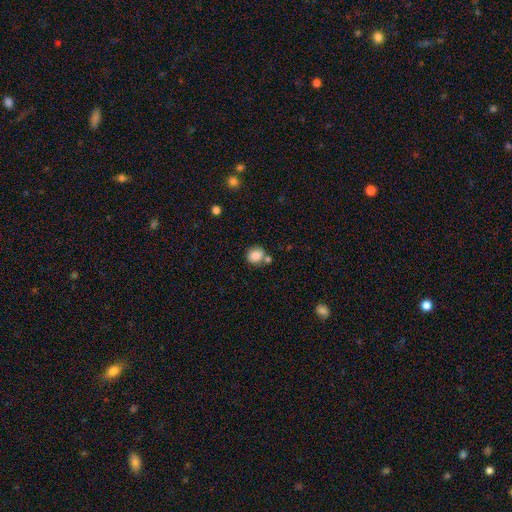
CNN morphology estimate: This is clearly a smooth galaxy (84%). How rounded: clearly round (80%). Merging: likely none (63%).